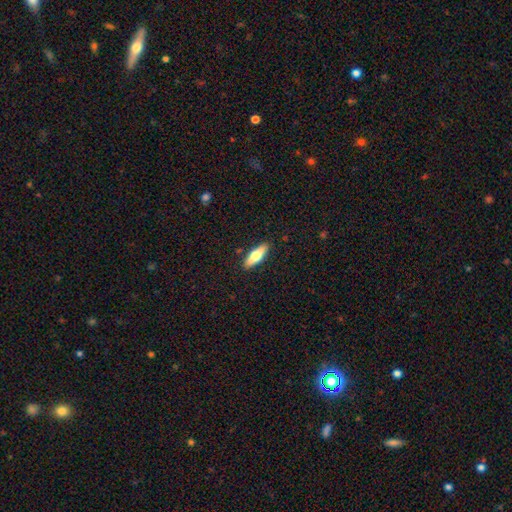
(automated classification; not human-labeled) Smooth or featured: smooth — 55% (featured or disk — 39%)
How rounded: cigar-shaped — 52% (in between — 46%)
Merging: none — 88% (minor disturbance — 8%)